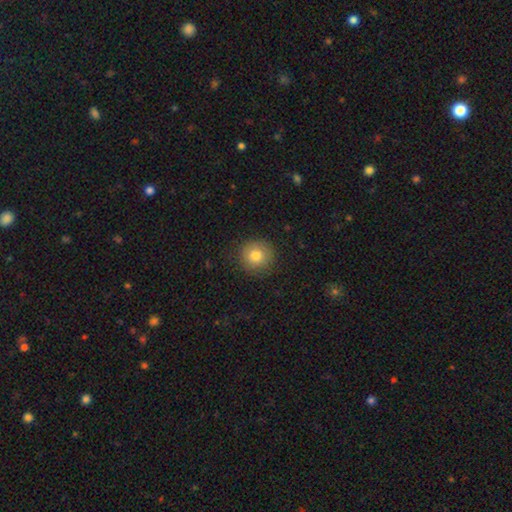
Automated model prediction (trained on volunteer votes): Smooth or featured: smooth — 80% (star or artifact — 10%)
How rounded: round — 93% (in between — 7%)
Merging: none — 87% (minor disturbance — 9%)